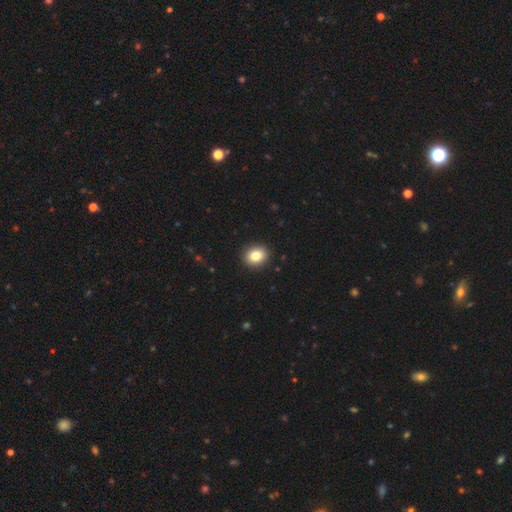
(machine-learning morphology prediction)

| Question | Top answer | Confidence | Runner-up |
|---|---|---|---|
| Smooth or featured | smooth | 83% | star or artifact (10%) |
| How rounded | round | 62% | in between (37%) |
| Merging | none | 92% | minor disturbance (6%) |